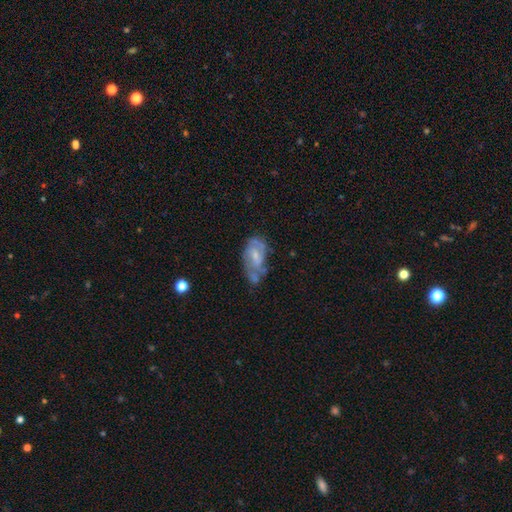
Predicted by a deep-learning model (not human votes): This appears to be a featured or disk galaxy (65%) with a weak bar (46%), spiral arms (77%) and a small central bulge (51%). Merging: none (41%).